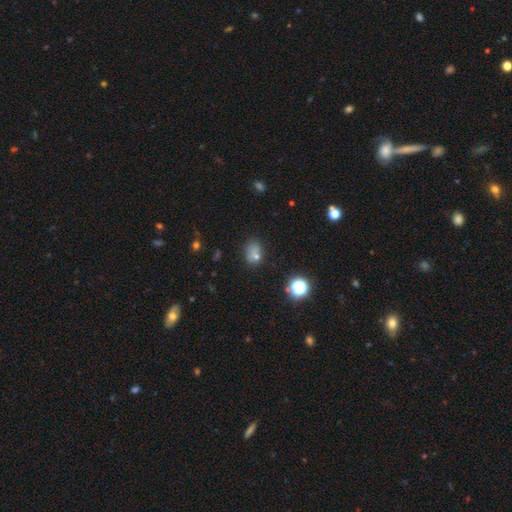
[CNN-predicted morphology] smooth-or-featured: smooth: 66% | star or artifact: 22% | featured or disk: 12%
  how-rounded: in between: 60% | round: 39% | cigar-shaped: 1%
  merging: none: 57% | minor disturbance: 23% | major disturbance: 10% | merger: 10%